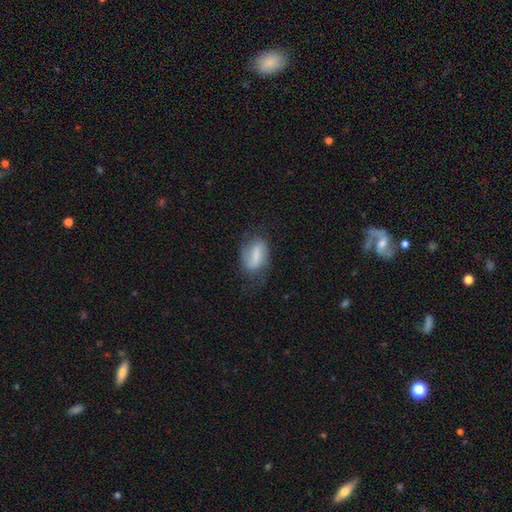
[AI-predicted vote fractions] Smooth or featured? smooth (51%)
How rounded? in between (82%)
Merging? none (57%)